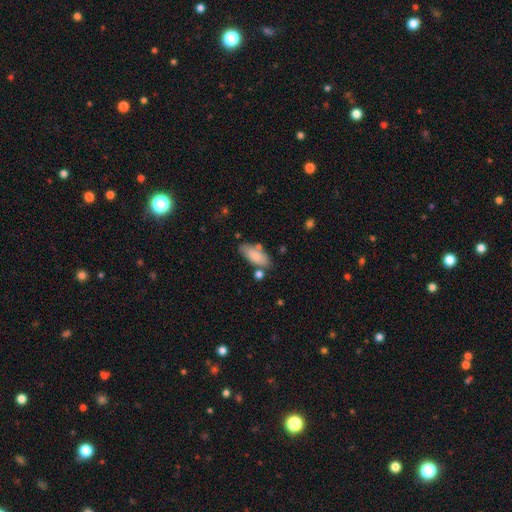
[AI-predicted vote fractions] The model was most divided on "merging": none: 68%, minor disturbance: 17%, merger: 10%, major disturbance: 5%. More confident: smooth or featured — smooth (83%); how rounded — in between (80%).